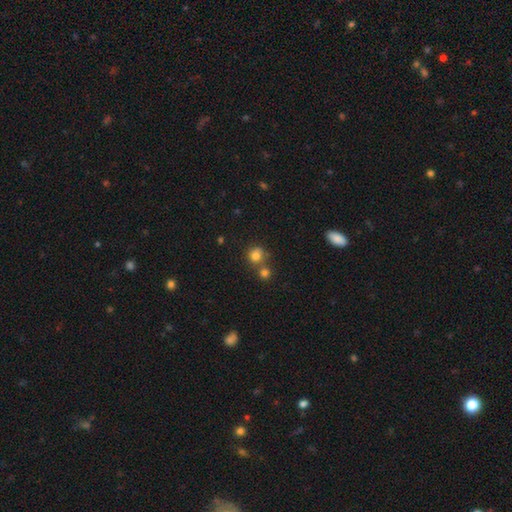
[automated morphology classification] smooth_or_featured: smooth (p=0.78) [alt: star or artifact p=0.14]
how_rounded: round (p=0.84) [alt: in between p=0.15]
merging: none (p=0.54) [alt: merger p=0.32]